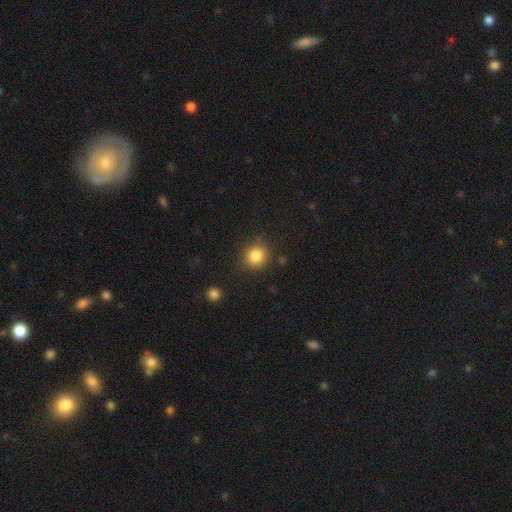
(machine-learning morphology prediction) smooth_or_featured: smooth (p=0.84) [alt: star or artifact p=0.11]
how_rounded: round (p=0.86) [alt: in between p=0.13]
merging: none (p=0.86) [alt: minor disturbance p=0.09]